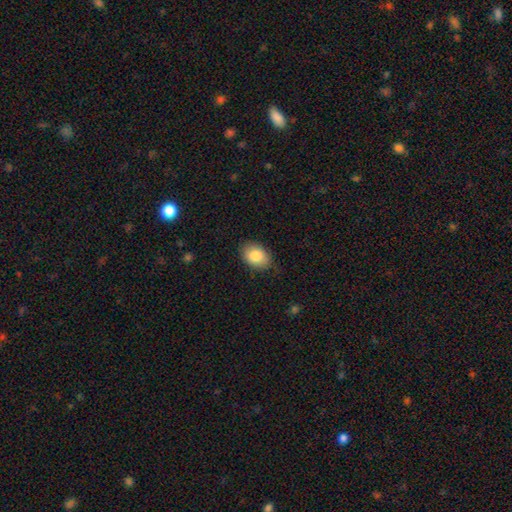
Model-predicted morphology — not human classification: A smooth galaxy with no disk features (85%) that is in between round and cigar-shaped (76%). Merging: none (82%).